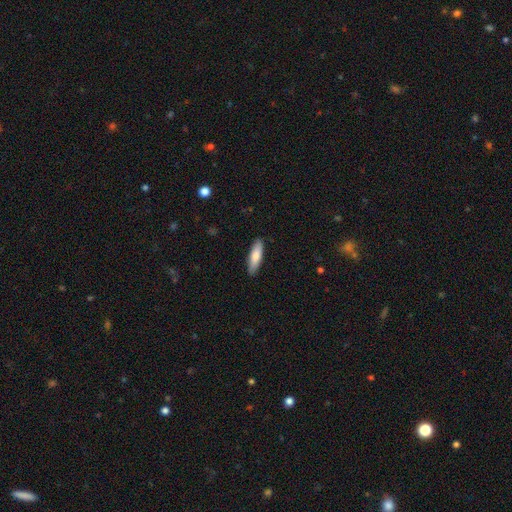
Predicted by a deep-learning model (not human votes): Smooth or featured? smooth (78%)
How rounded? cigar-shaped (59%)
Merging? none (89%)